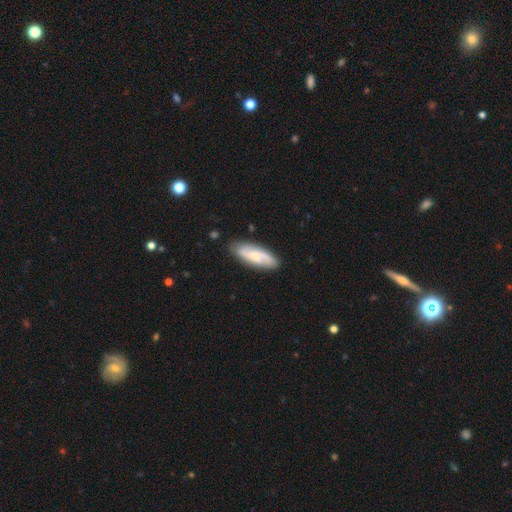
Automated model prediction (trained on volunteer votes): The model was most divided on "smooth or featured": featured or disk: 50%, smooth: 44%, star or artifact: 6%. More confident: edge-on disk — no (83%); merging — none (80%).